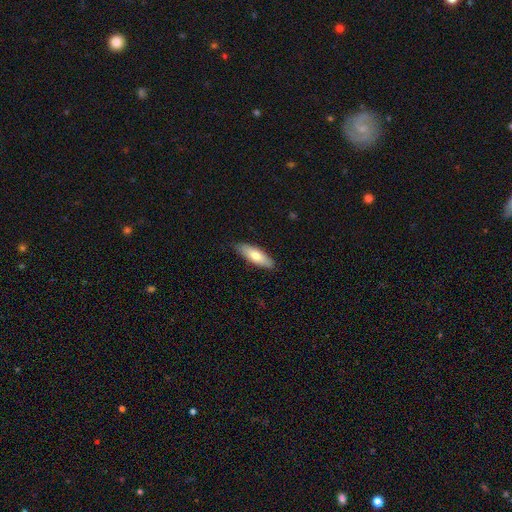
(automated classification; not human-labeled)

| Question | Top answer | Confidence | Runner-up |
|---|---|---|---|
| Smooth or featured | smooth | 74% | featured or disk (21%) |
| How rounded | in between | 58% | cigar-shaped (40%) |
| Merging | none | 86% | minor disturbance (12%) |